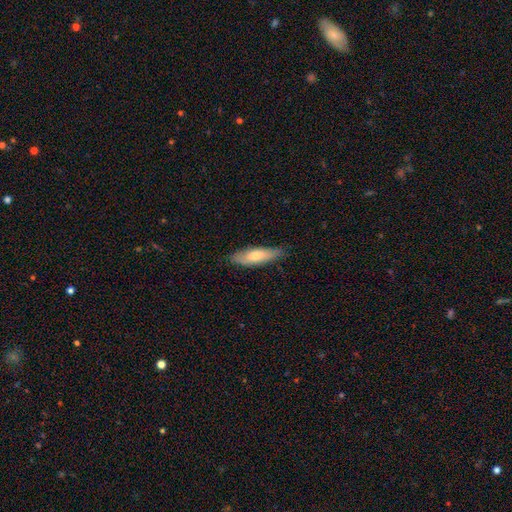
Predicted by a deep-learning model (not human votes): This appears to be a smooth galaxy with no disk features (66%) that is cigar-shaped (59%). Merging: none (81%).